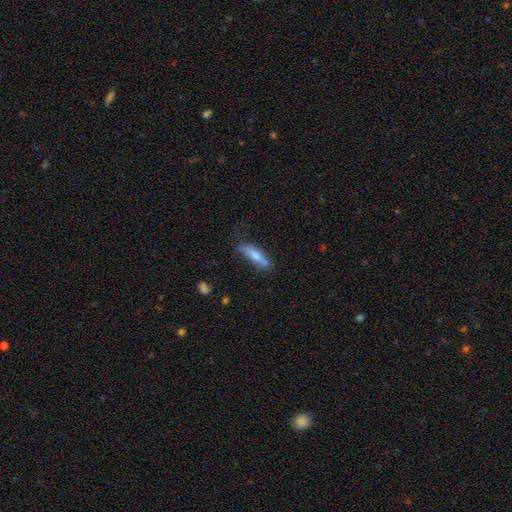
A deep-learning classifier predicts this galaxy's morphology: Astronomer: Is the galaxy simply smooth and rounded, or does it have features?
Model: smooth — 70%.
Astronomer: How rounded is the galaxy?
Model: cigar-shaped — 67%.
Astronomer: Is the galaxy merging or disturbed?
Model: none — 58%.